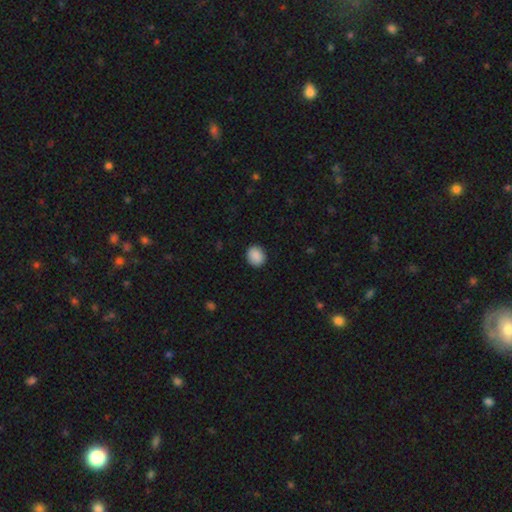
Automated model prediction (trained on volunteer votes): Q: Smooth or featured?
A: smooth (90%); runner-up: star or artifact (8%)
Q: How rounded?
A: round (62%); runner-up: in between (37%)
Q: Merging?
A: none (90%); runner-up: minor disturbance (7%)